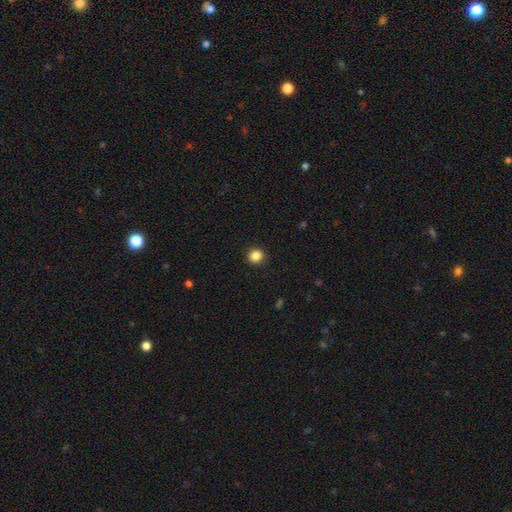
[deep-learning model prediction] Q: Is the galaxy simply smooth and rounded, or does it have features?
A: smooth — 86%.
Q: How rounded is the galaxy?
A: round — 90%.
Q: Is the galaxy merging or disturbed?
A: none — 92%.